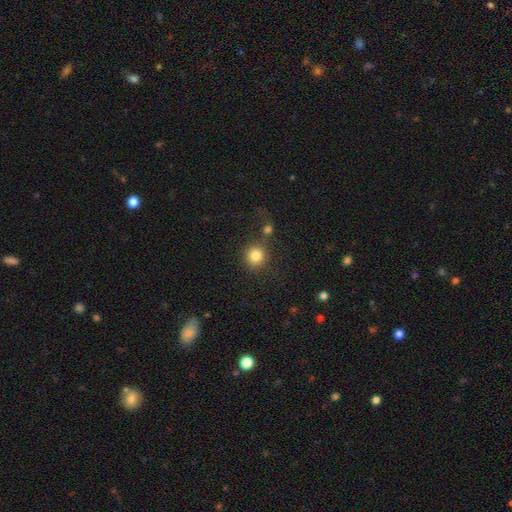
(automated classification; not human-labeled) A smooth galaxy with no disk features (83%) that is round (89%). Merging: none (63%).